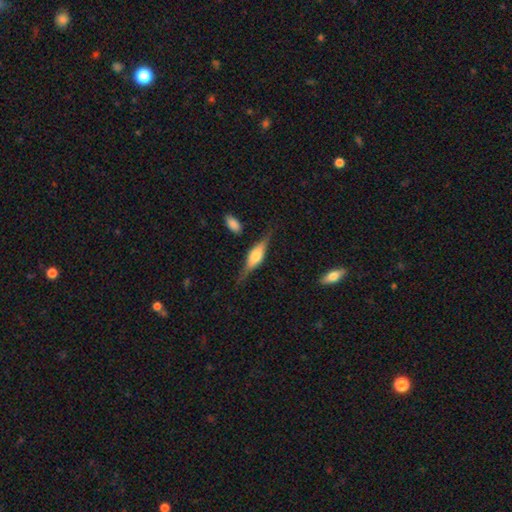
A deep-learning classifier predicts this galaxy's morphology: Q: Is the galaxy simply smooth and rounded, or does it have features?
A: featured or disk — 70%.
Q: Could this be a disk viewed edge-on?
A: yes — 96%.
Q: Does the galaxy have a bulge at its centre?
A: rounded — 79%.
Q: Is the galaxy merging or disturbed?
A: none — 78%.